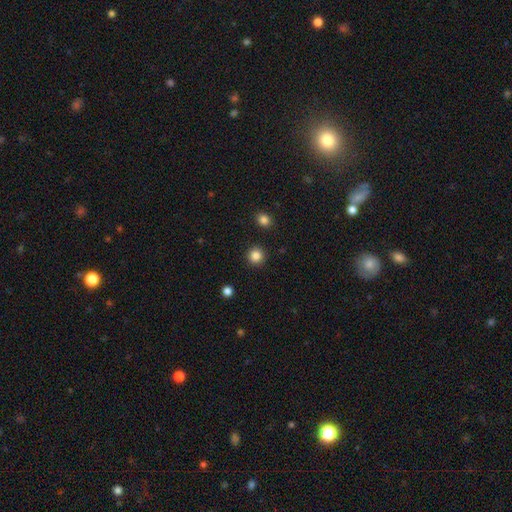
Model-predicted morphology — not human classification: The model was most divided on "smooth or featured": smooth: 84%, star or artifact: 12%, featured or disk: 4%. More confident: how rounded — round (95%); merging — none (92%).